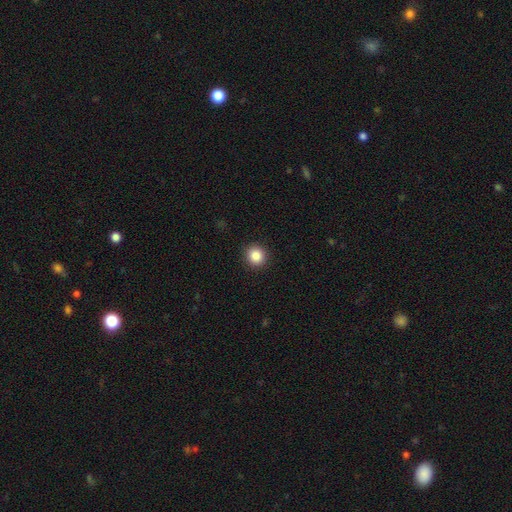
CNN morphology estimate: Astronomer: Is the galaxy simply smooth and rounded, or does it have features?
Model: smooth — 87%.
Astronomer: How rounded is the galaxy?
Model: round — 91%.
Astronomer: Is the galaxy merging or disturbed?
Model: none — 92%.